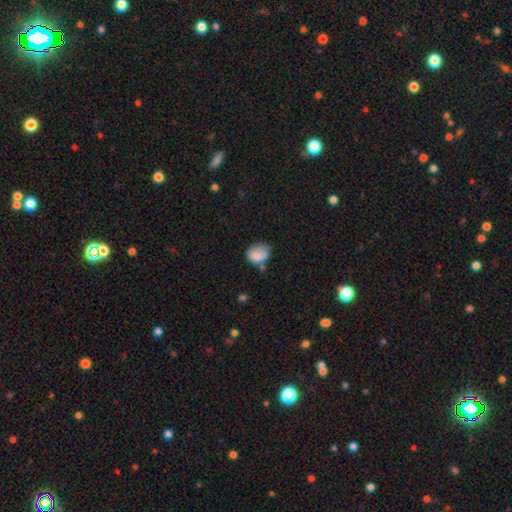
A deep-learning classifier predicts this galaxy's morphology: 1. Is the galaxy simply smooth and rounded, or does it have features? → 79% smooth, 12% featured or disk, 9% star or artifact.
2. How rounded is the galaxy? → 50% in between, 49% round, 1% cigar-shaped.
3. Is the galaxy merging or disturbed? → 48% none, 31% minor disturbance, 11% major disturbance, 10% merger.